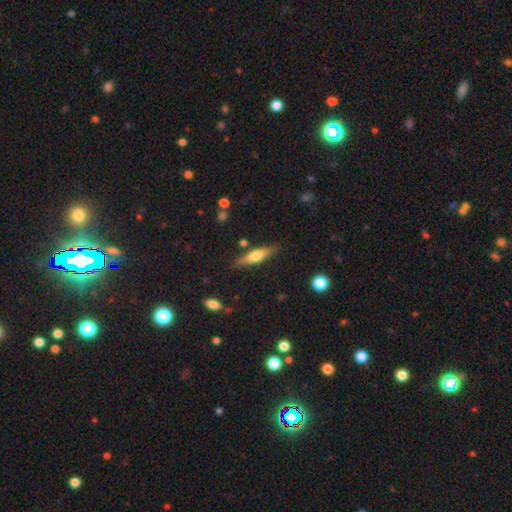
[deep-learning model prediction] Smooth or featured? smooth (50%)
How rounded? cigar-shaped (69%)
Merging? none (82%)